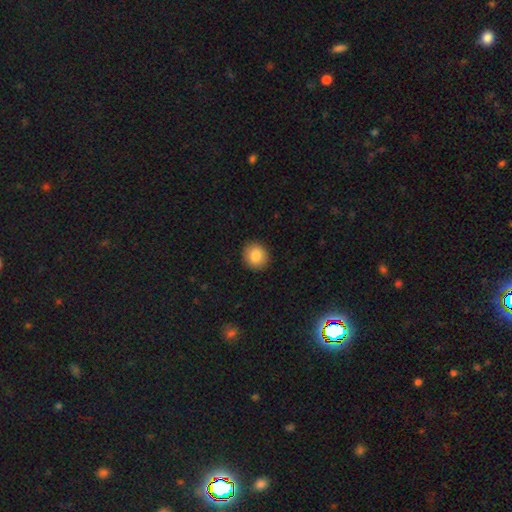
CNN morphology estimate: type=smooth (84%); roundness=round (85%); merging=none (92%).